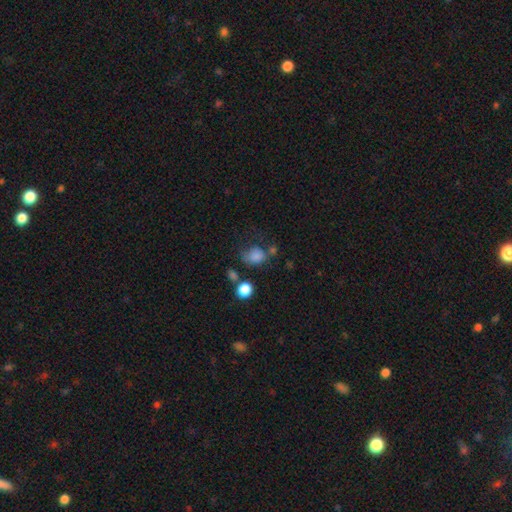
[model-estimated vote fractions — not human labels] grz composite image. It shows a smooth galaxy with no disk features (80%) that is round (56%). Merging: none (48%).